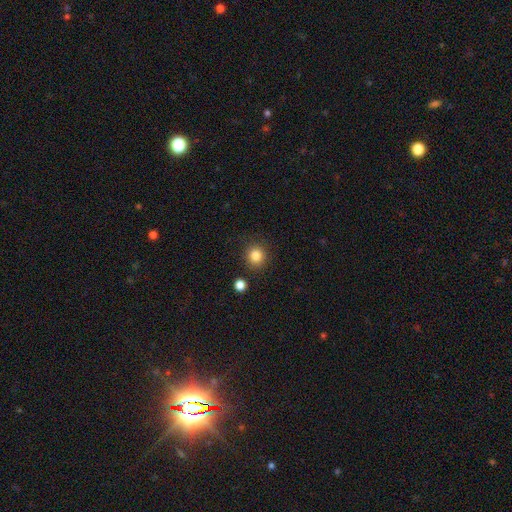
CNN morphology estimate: A smooth galaxy with no disk features (84%) that is round (92%). Merging: none (87%).